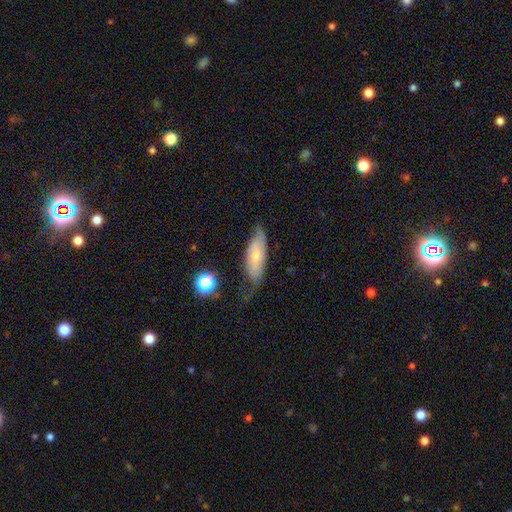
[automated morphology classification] Smooth or featured: smooth — 55% (featured or disk — 37%)
How rounded: in between — 72% (cigar-shaped — 26%)
Merging: none — 44% (minor disturbance — 35%)